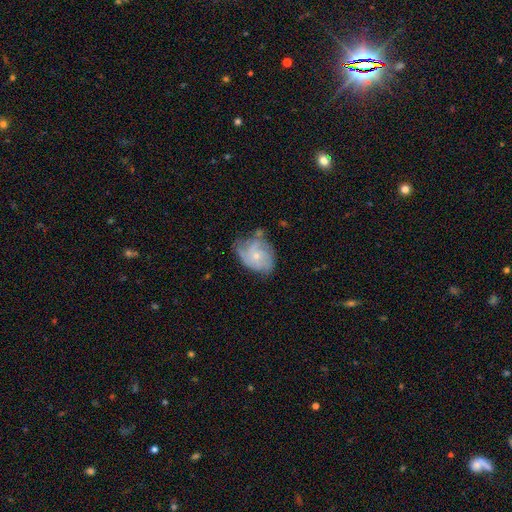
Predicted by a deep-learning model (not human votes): The model was most divided on "spiral arm count": can't tell: 33%, 3: 29%, 2: 17%, 4: 11%, 1: 5%, more than 4: 4%. Remaining: edge-on disk — no (97%); spiral arms — yes (84%); bar — no (80%); bulge size — small (66%); smooth or featured — featured or disk (65%); spiral winding — tight (47%); merging — none (45%).